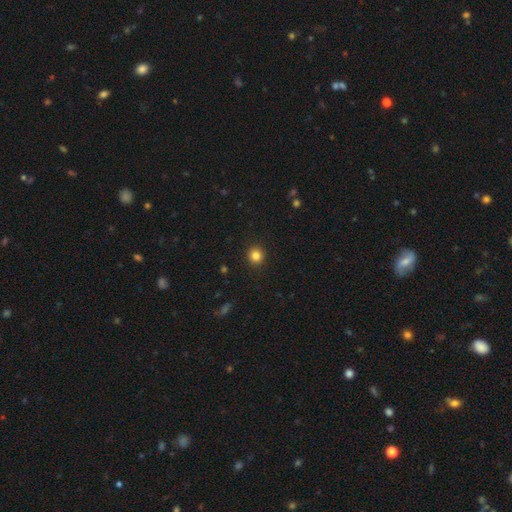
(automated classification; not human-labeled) smooth_or_featured: smooth (p=0.84) [alt: star or artifact p=0.11]
how_rounded: round (p=0.91) [alt: in between p=0.08]
merging: none (p=0.92) [alt: minor disturbance p=0.05]